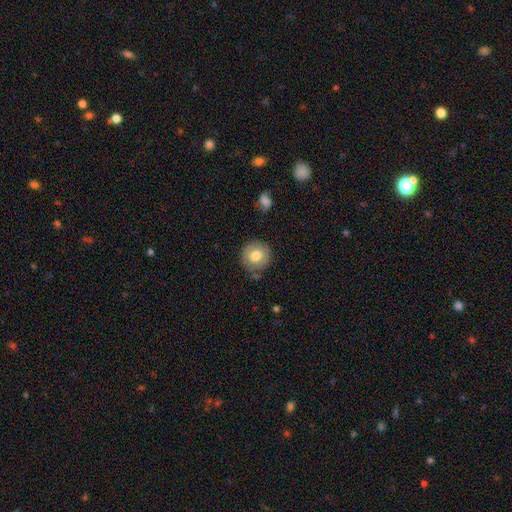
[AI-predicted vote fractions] This appears to be a smooth galaxy with no disk features (74%) that is round (89%). Merging: none (78%).